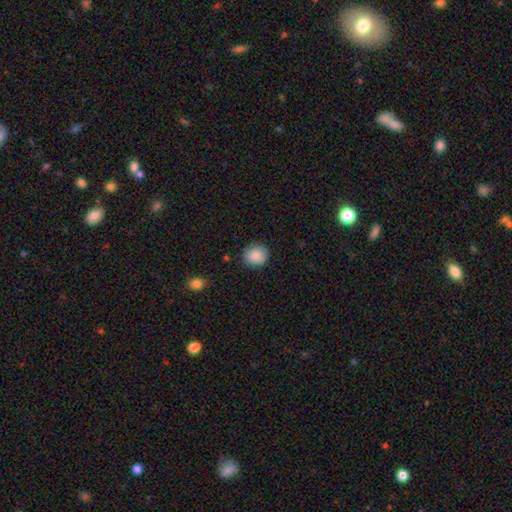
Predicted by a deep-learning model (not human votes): Overall: smooth (88%). How rounded: round (85%). Merging: none (84%).